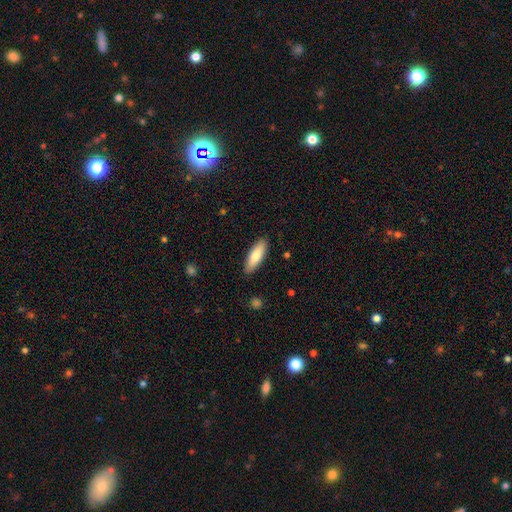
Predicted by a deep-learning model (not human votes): The model was most divided on "how rounded": in between: 61%, cigar-shaped: 37%, round: 2%. More confident: merging — none (88%); smooth or featured — smooth (78%).